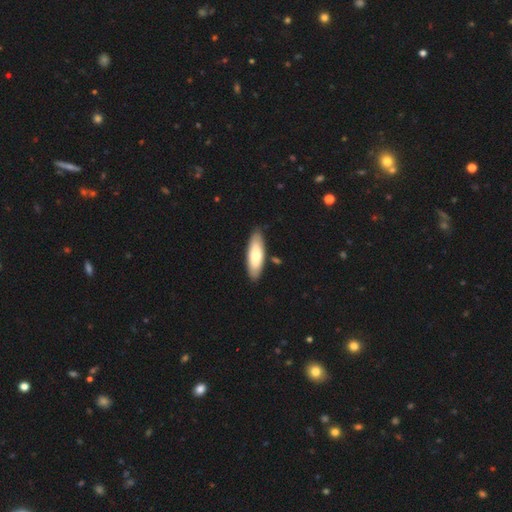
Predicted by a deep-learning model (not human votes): Q: Smooth or featured?
A: smooth (71%); runner-up: featured or disk (25%)
Q: How rounded?
A: in between (61%); runner-up: cigar-shaped (37%)
Q: Merging?
A: none (85%); runner-up: minor disturbance (10%)